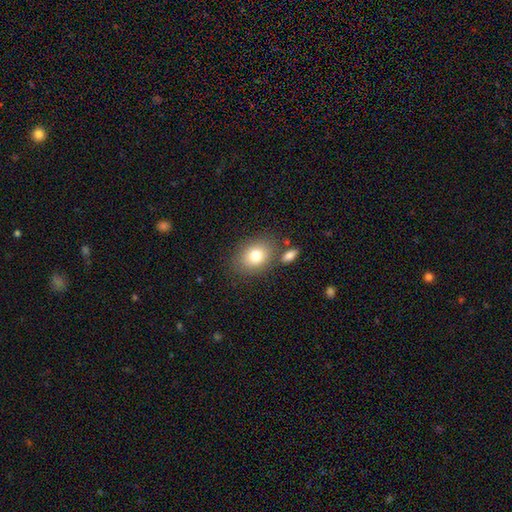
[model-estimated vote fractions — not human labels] This is clearly a smooth galaxy (80%). How rounded: likely in between (66%). Merging: likely none (72%).